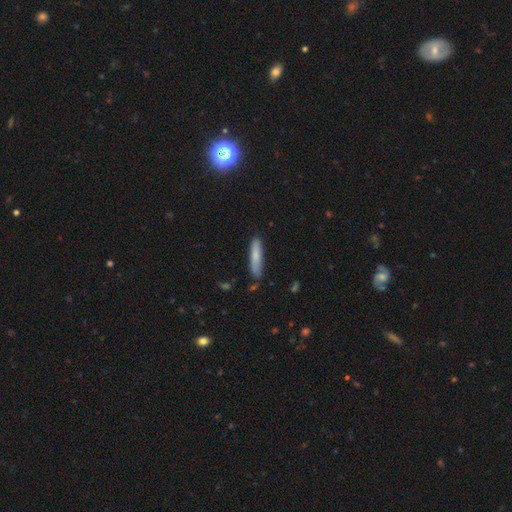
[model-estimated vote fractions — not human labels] A smooth galaxy with no disk features (76%) that is cigar-shaped (87%).

Vote fractions:
- Smooth or featured? smooth: 76% / featured or disk: 17% / star or artifact: 6%
- How rounded? cigar-shaped: 87% / in between: 12% / round: 1%
- Merging? none: 79% / minor disturbance: 16% / major disturbance: 2% / merger: 2%